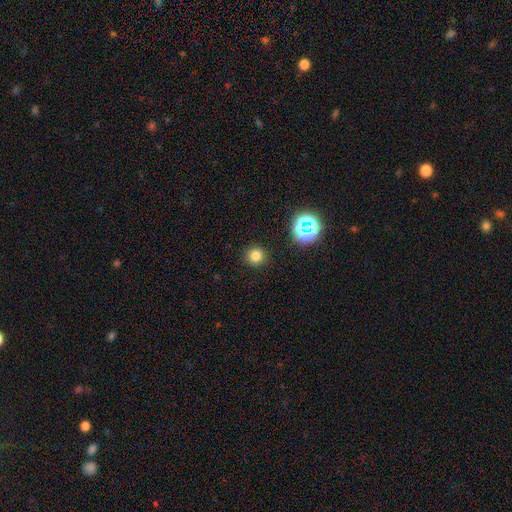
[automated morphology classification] Overall: smooth (77%). How rounded: round (94%). Merging: none (90%).